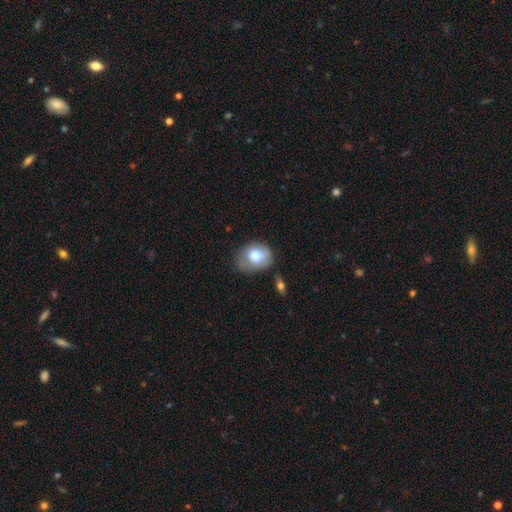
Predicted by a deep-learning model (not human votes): The model was most divided on "merging": none: 43%, minor disturbance: 36%, major disturbance: 15%, merger: 7%. More confident: smooth or featured — smooth (76%); how rounded — in between (62%).